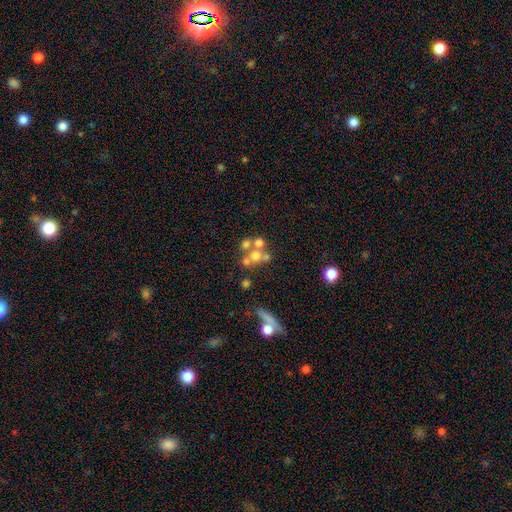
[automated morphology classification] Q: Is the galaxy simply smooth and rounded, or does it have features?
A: smooth — 51%.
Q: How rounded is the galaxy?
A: round — 80%.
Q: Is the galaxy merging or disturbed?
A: merger — 46%.